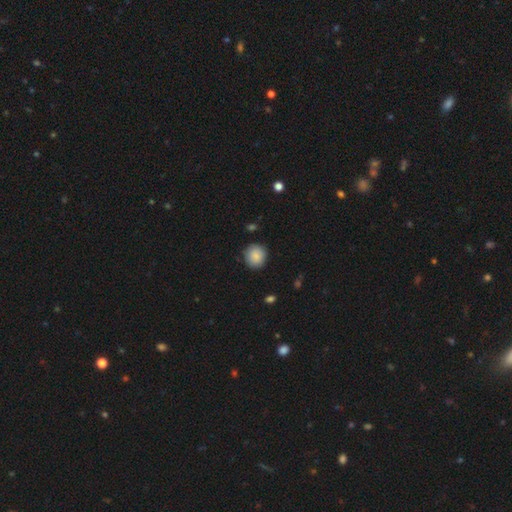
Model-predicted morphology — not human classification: smooth_or_featured: smooth (p=0.88) [alt: star or artifact p=0.07]
how_rounded: round (p=0.86) [alt: in between p=0.14]
merging: none (p=0.87) [alt: minor disturbance p=0.10]